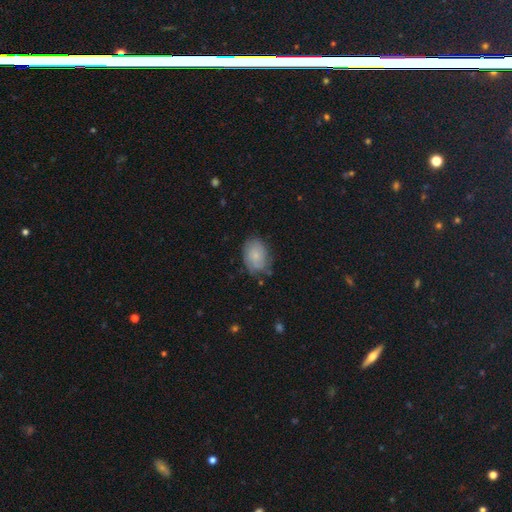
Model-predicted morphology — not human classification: smooth 68%, featured or disk 24%, star or artifact 8%. Down the decision tree: how rounded — in between (76%); merging — none (66%).